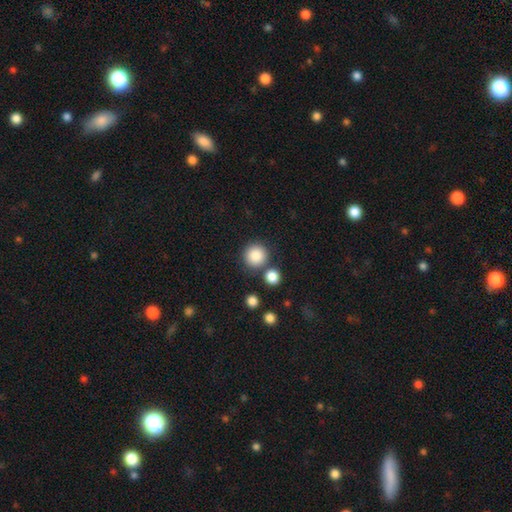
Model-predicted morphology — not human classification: This is clearly a smooth galaxy (87%). How rounded: clearly round (94%). Merging: likely none (80%).